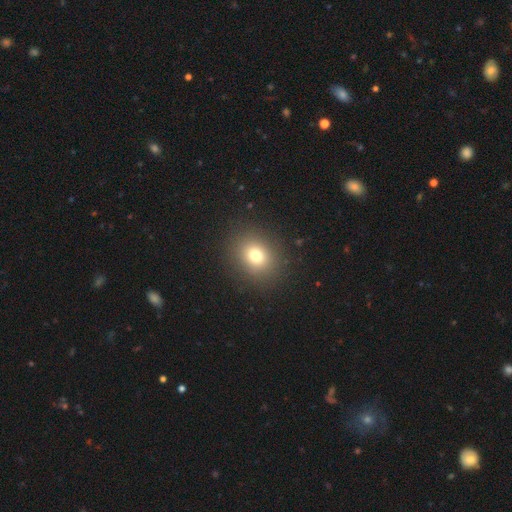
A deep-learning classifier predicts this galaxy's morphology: Smooth or featured? smooth (76%)
How rounded? round (67%)
Merging? none (89%)